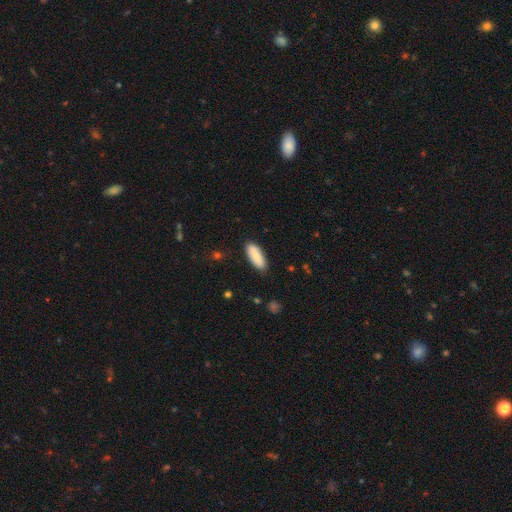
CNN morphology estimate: Overall: smooth (87%). How rounded: in between (76%). Merging: none (86%).